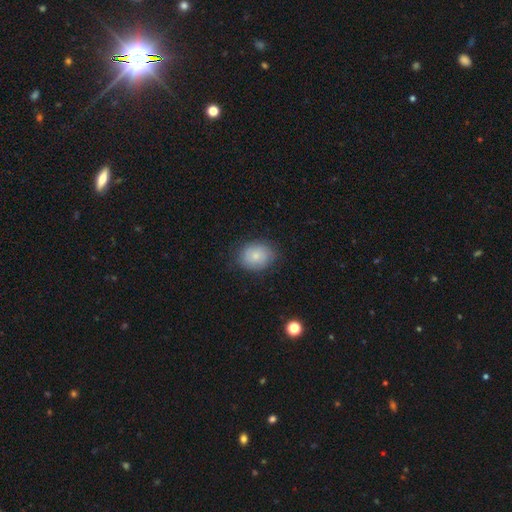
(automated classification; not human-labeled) Morphology: type=smooth (72%); roundness=in between (53%); merging=none (81%).